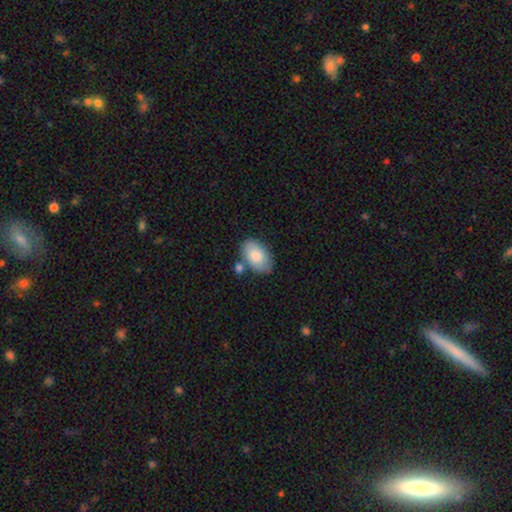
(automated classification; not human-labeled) This appears to be a smooth galaxy with no disk features (79%) that is in between round and cigar-shaped (92%). Merging: none (68%).